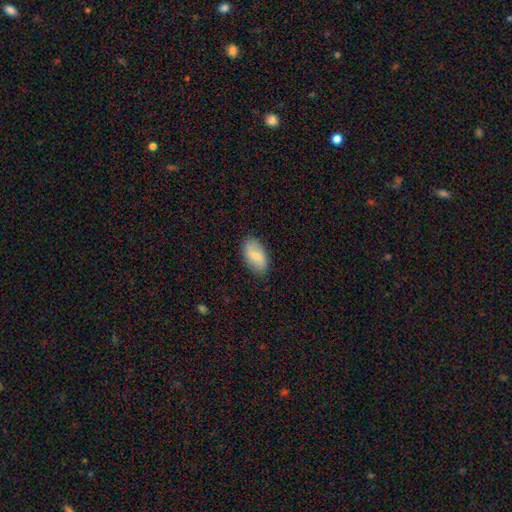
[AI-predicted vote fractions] A smooth galaxy with no disk features (65%) that is in between round and cigar-shaped (94%).

Vote fractions:
- Smooth or featured? smooth: 65% / featured or disk: 29% / star or artifact: 6%
- How rounded? in between: 94% / round: 4% / cigar-shaped: 2%
- Merging? none: 85% / minor disturbance: 11% / major disturbance: 2% / merger: 1%